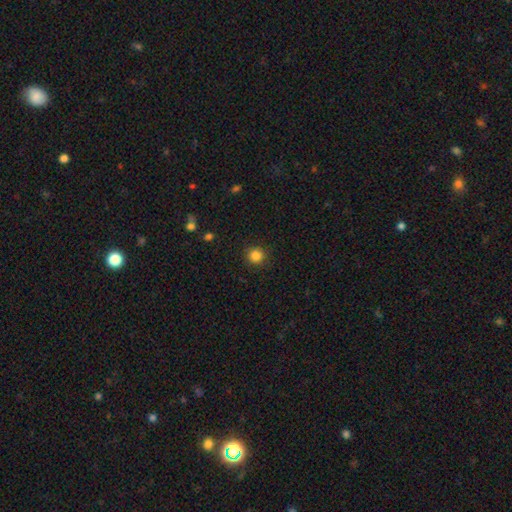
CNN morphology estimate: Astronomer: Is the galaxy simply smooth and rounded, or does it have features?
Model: smooth — 85%.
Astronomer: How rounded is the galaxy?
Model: round — 94%.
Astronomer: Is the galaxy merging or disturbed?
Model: none — 90%.